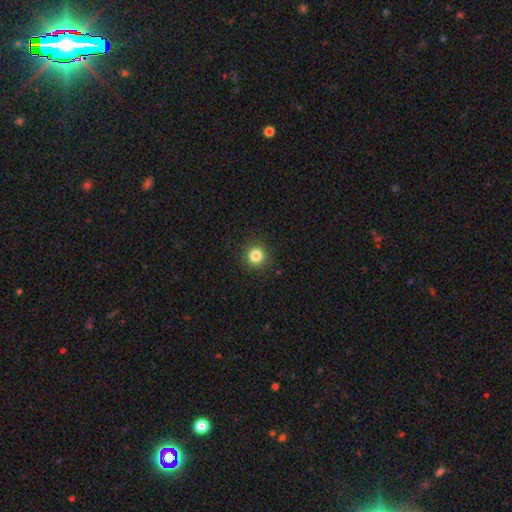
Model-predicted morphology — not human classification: Smooth or featured? smooth (83%)
How rounded? round (95%)
Merging? none (92%)